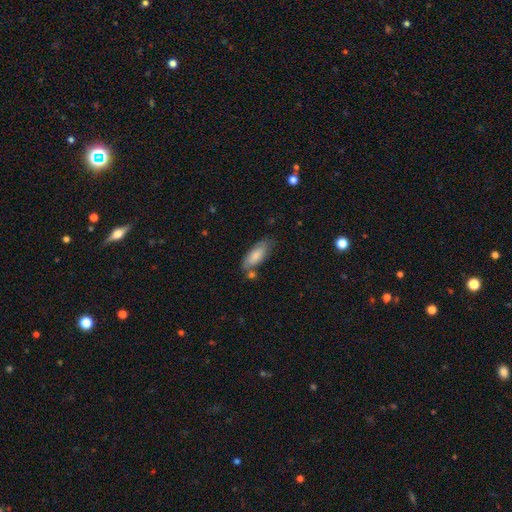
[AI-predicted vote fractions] A smooth galaxy with no disk features (79%) that is in between round and cigar-shaped (74%).

Vote fractions:
- Smooth or featured? smooth: 79% / featured or disk: 15% / star or artifact: 6%
- How rounded? in between: 74% / cigar-shaped: 24% / round: 2%
- Merging? none: 63% / minor disturbance: 21% / merger: 11% / major disturbance: 5%